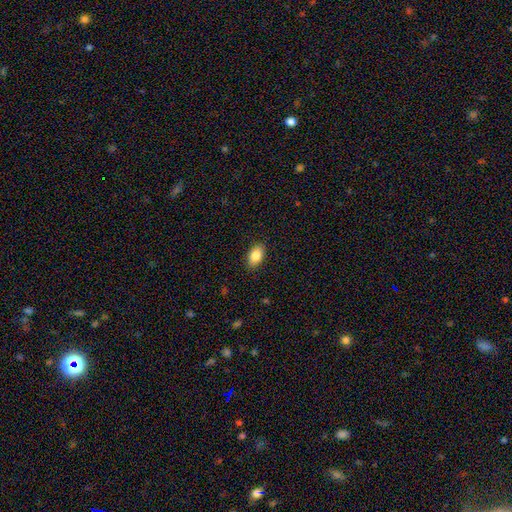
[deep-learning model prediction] Morphology: type=smooth (85%); roundness=in between (90%); merging=none (88%).